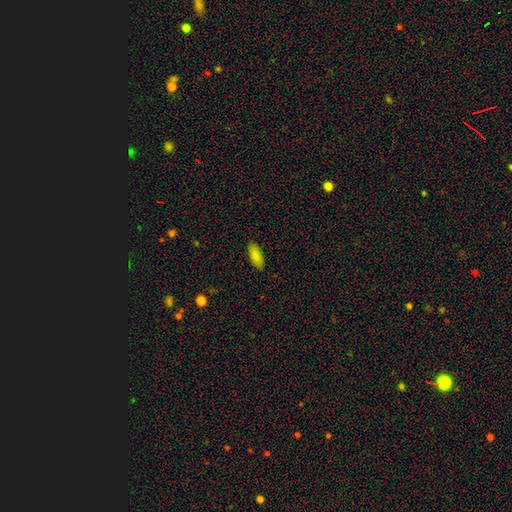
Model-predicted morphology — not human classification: smooth 87%, star or artifact 7%, featured or disk 6%. Down the decision tree: how rounded — in between (72%); merging — none (89%).